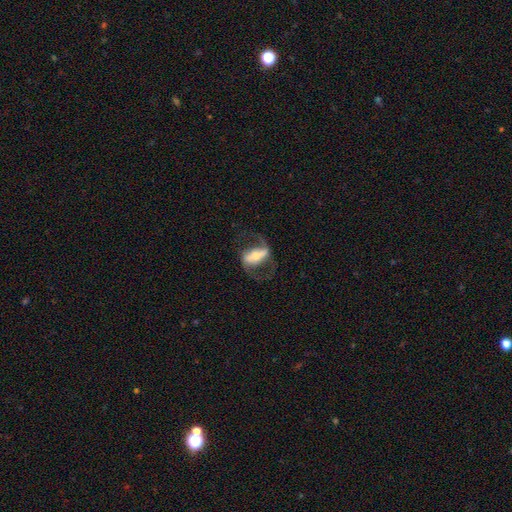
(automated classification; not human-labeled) Smooth or featured?
  - featured or disk: 75% *
  - smooth: 19%
  - star or artifact: 6%
Edge-on disk?
  - no: 90% *
  - yes: 10%
Bar?
  - strong: 64% *
  - weak: 21%
  - no: 15%
Spiral arms?
  - yes: 82% *
  - no: 18%
Spiral winding?
  - loose: 44% * (tied)
  - medium: 44% * (tied)
  - tight: 13%
Spiral arm count?
  - 2: 88% *
  - can't tell: 5%
  - 1: 4%
  - 3: 1%
  - 4: 1%
  - more than 4: 1%
Bulge size?
  - moderate: 45% *
  - small: 33%
  - large: 15%
  - none: 4%
  - dominant: 3%
Merging?
  - none: 61% *
  - major disturbance: 21%
  - minor disturbance: 16%
  - merger: 2%